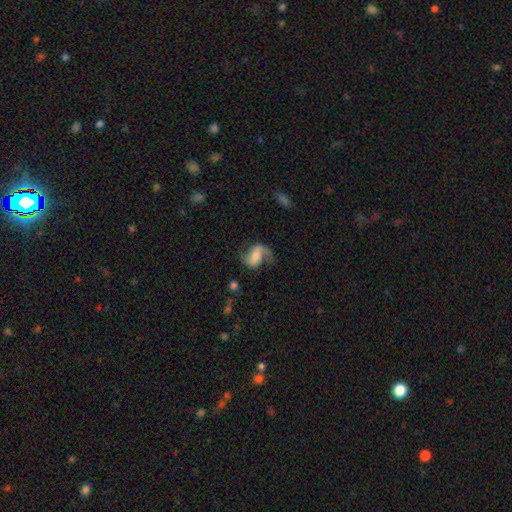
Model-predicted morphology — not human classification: smooth-or-featured: featured or disk: 76% | smooth: 17% | star or artifact: 7%
  disk-edge-on: no: 97% | yes: 3%
    bar: weak: 43% | no: 33% | strong: 24%
    has-spiral-arms: yes: 94% | no: 6%
      spiral-winding: loose: 53% | medium: 38% | tight: 10%
      spiral-arm-count: 2: 83% | 1: 11% | can't tell: 3% | 3: 1% | 4: 1% | more than 4: 1%
    bulge-size: moderate: 33% | small: 29% | none: 20% | large: 15% | dominant: 3%
  merging: none: 63% | minor disturbance: 19% | major disturbance: 16% | merger: 2%